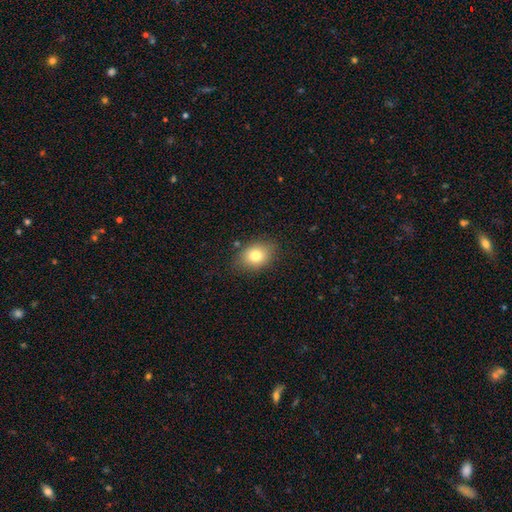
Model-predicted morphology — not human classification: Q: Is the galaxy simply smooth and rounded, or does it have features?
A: smooth — 79%.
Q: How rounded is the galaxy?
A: in between — 61%.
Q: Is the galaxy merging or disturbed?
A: none — 82%.